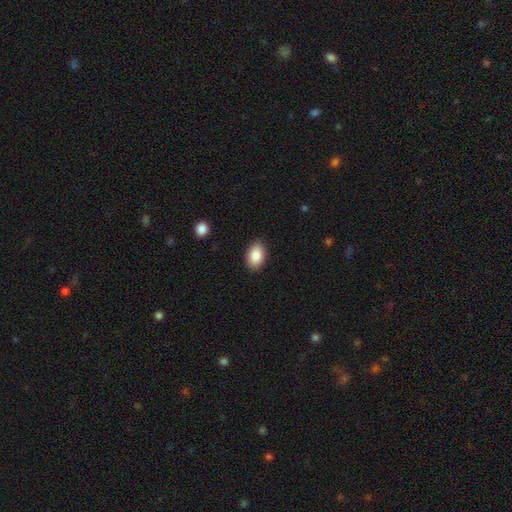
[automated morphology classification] Smooth or featured? Predicted: smooth (p=0.86). How rounded? Predicted: in between (p=0.85). Merging? Predicted: none (p=0.87).